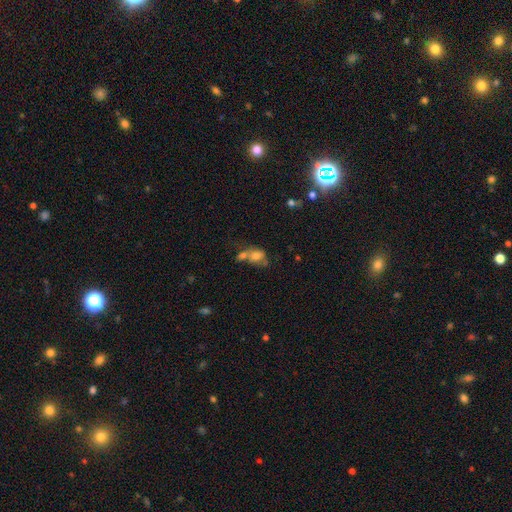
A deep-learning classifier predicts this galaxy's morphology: Smooth or featured: smooth — 68% (featured or disk — 19%)
How rounded: in between — 57% (round — 41%)
Merging: merger — 52% (none — 27%)